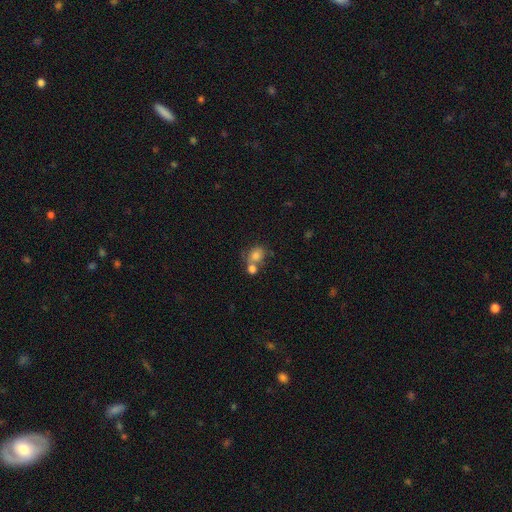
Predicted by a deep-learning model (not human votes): Smooth or featured? smooth (75%)
How rounded? round (61%)
Merging? none (41%, tied with merger)